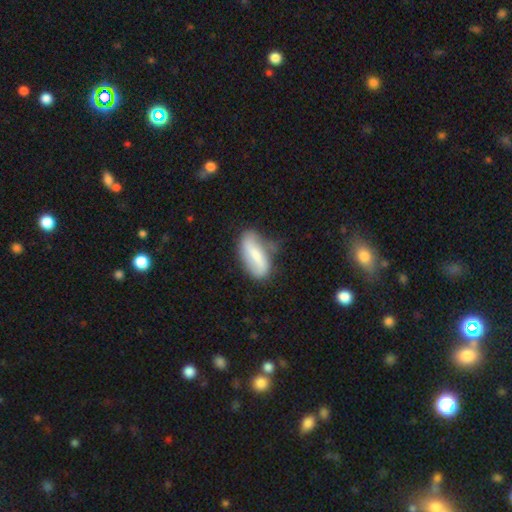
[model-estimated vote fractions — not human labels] Morphology: type=smooth (54%); roundness=in between (80%); merging=none (54%).